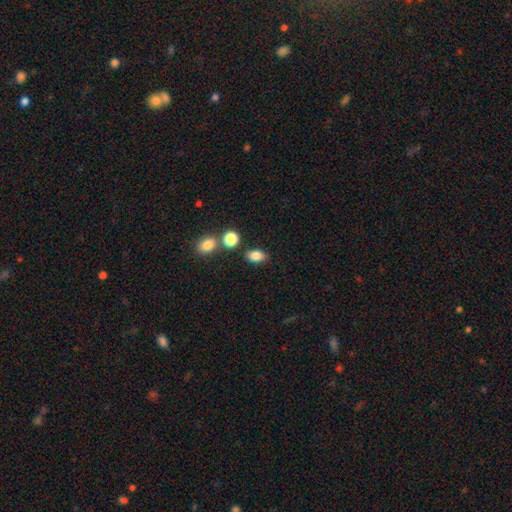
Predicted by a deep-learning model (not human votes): Q: Smooth or featured?
A: smooth (83%); runner-up: star or artifact (10%)
Q: How rounded?
A: in between (83%); runner-up: round (15%)
Q: Merging?
A: none (79%); runner-up: minor disturbance (11%)